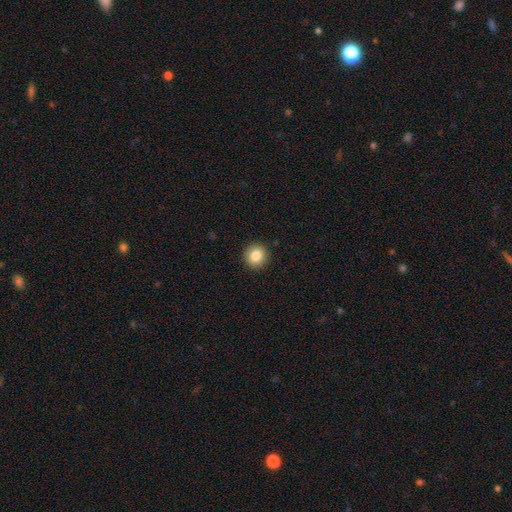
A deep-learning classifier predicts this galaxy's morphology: This appears to be a smooth galaxy with no disk features (84%) that is round (92%). Merging: none (92%).